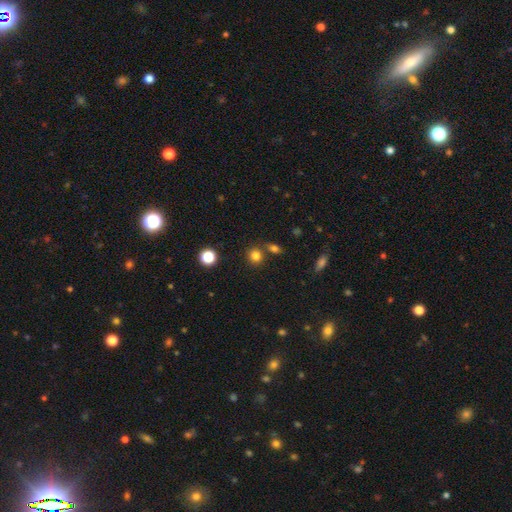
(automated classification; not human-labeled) Overall: smooth (80%). How rounded: round (82%). Merging: none (74%).